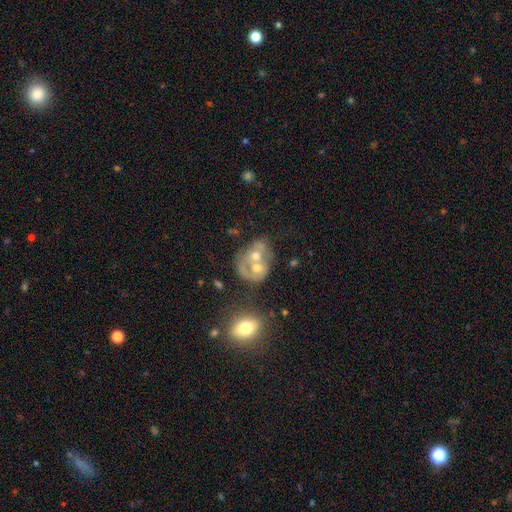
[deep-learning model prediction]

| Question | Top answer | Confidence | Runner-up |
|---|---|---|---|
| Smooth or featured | featured or disk | 50% | smooth (41%) |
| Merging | merger | 70% | none (15%) |